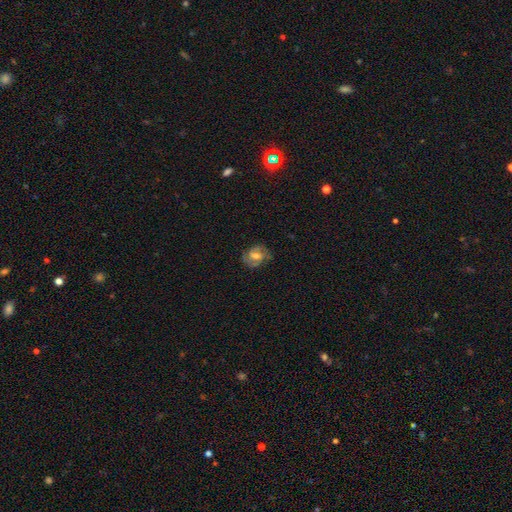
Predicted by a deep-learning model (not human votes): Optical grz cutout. It shows a featured or disk galaxy (66%) with a weak bar (50%), 2 (76%) medium (45%) spiral arms (88%) and a moderate central bulge (58%). Merging: none (75%).